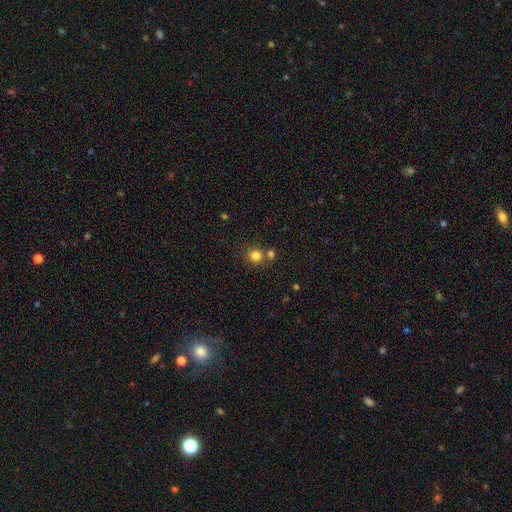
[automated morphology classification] smooth_or_featured: smooth (p=0.81) [alt: star or artifact p=0.13]
how_rounded: round (p=0.89) [alt: in between p=0.10]
merging: none (p=0.66) [alt: merger p=0.23]